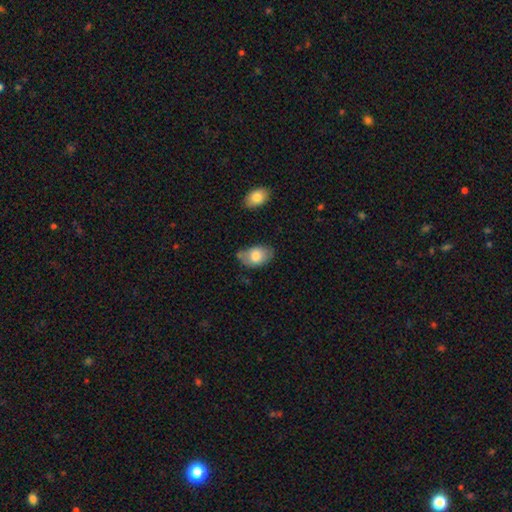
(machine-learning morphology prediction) This is likely a smooth galaxy (78%). How rounded: clearly in between (90%). Merging: likely none (61%).